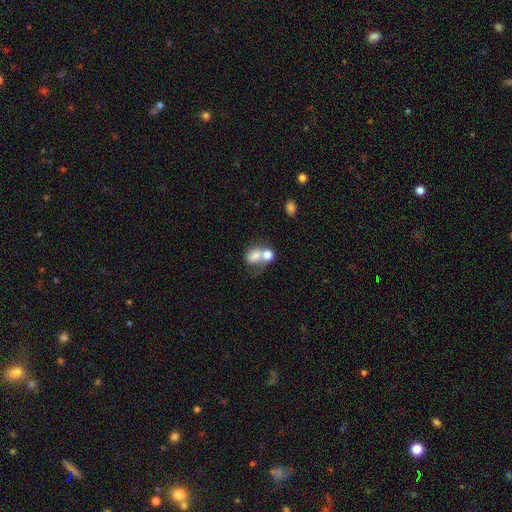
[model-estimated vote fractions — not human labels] Smooth or featured: smooth — 70% (featured or disk — 20%)
How rounded: in between — 52% (round — 46%)
Merging: merger — 63% (none — 21%)